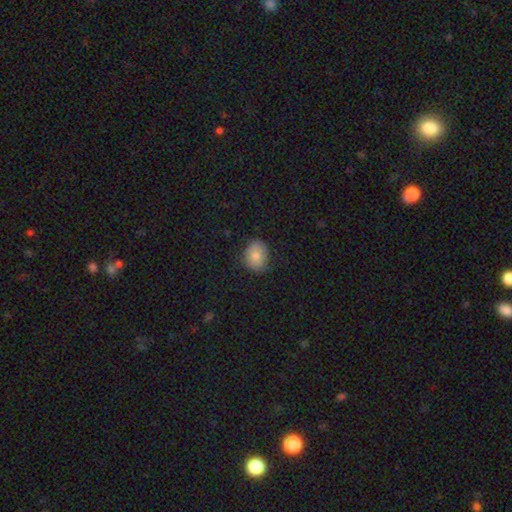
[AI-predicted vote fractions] Smooth or featured: smooth — 78% (featured or disk — 14%)
How rounded: round — 51% (in between — 48%)
Merging: none — 74% (minor disturbance — 21%)